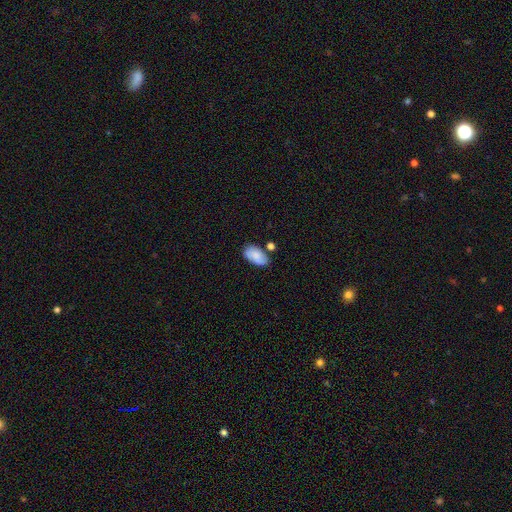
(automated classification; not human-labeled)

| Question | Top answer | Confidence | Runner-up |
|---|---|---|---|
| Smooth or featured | smooth | 78% | featured or disk (15%) |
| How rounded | in between | 94% | round (4%) |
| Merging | none | 63% | minor disturbance (21%) |